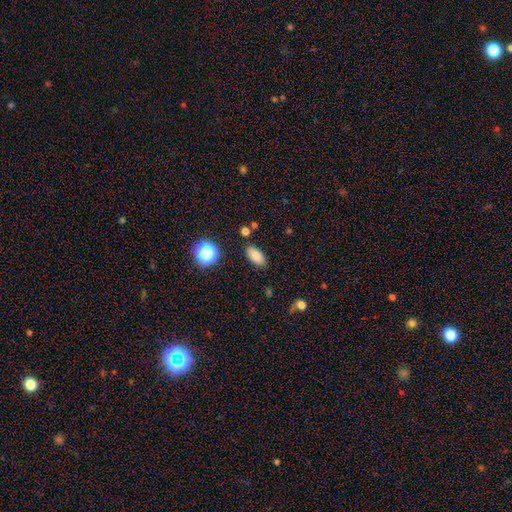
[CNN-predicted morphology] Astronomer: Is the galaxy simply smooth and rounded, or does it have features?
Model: smooth — 83%.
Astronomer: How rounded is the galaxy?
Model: in between — 88%.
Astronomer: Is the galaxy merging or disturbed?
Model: none — 86%.